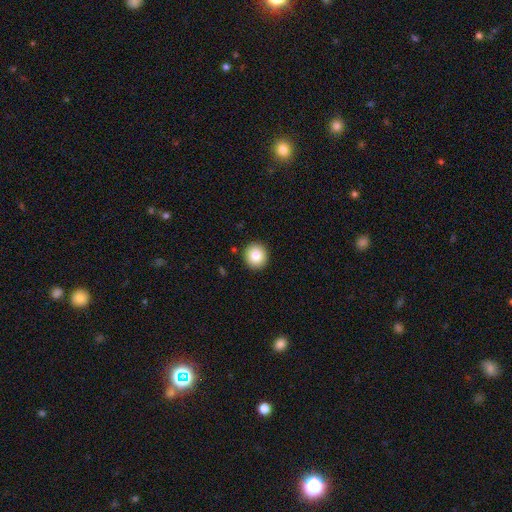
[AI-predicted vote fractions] The model was most divided on "smooth or featured": smooth: 84%, star or artifact: 9%, featured or disk: 7%. More confident: how rounded — round (93%); merging — none (92%).